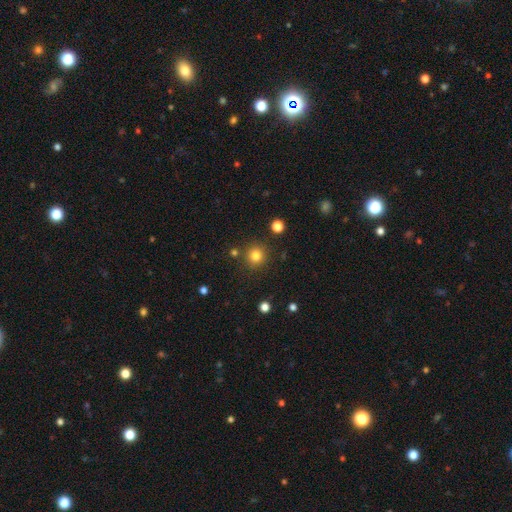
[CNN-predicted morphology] smooth-or-featured: smooth: 81% | star or artifact: 14% | featured or disk: 6%
  how-rounded: round: 93% | in between: 6% | cigar-shaped: 1%
  merging: none: 87% | minor disturbance: 7% | merger: 4% | major disturbance: 3%